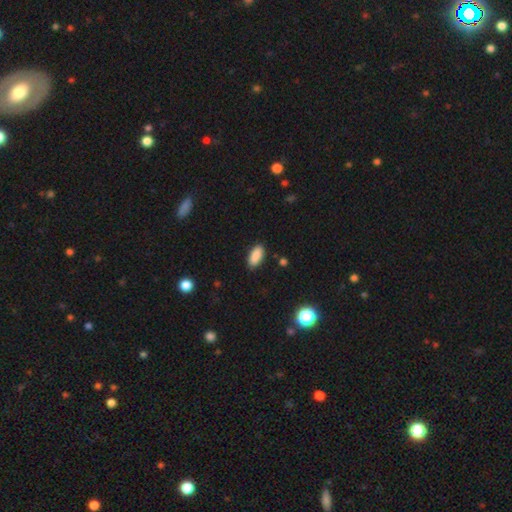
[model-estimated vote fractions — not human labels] smooth_or_featured: smooth (p=0.89) [alt: star or artifact p=0.08]
how_rounded: in between (p=0.88) [alt: cigar-shaped p=0.10]
merging: none (p=0.88) [alt: minor disturbance p=0.09]